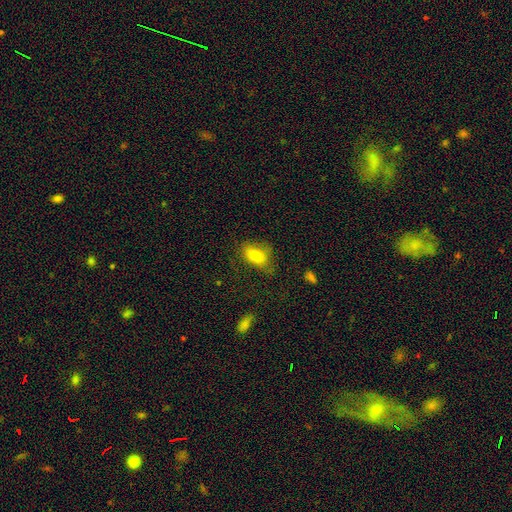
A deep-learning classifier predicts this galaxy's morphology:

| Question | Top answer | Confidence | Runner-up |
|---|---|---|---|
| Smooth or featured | smooth | 78% | featured or disk (13%) |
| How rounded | in between | 87% | round (10%) |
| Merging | none | 63% | minor disturbance (23%) |